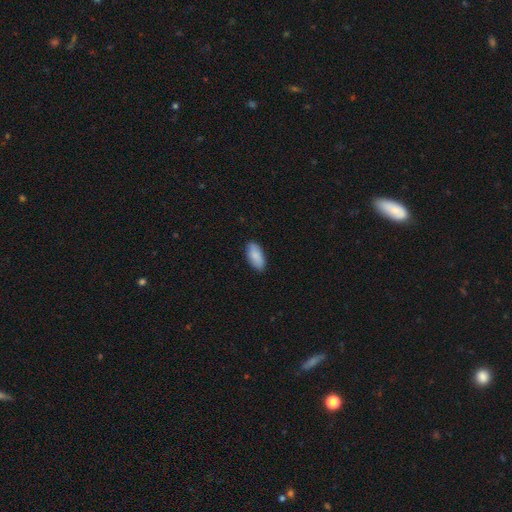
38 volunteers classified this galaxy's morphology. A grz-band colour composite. It shows a smooth galaxy with no disk features (87%) that is in between round and cigar-shaped (85%). Merging: none (75%).